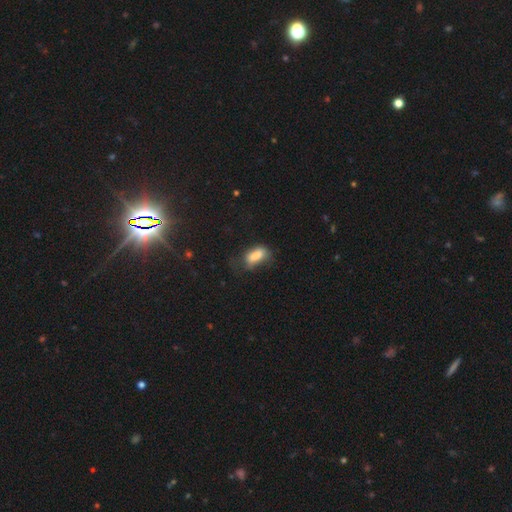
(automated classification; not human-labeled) A smooth galaxy with no disk features (78%) that is in between round and cigar-shaped (82%). Merging: none (41%).